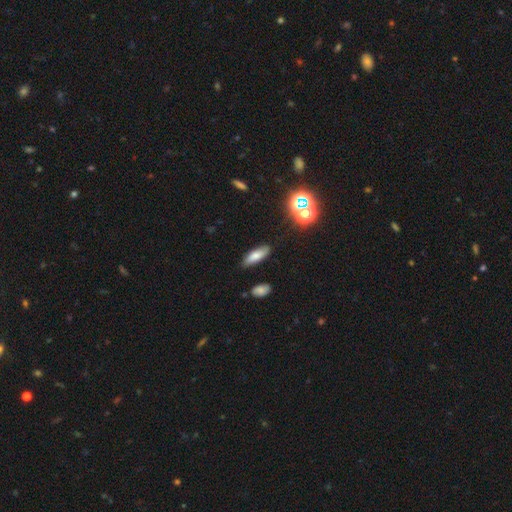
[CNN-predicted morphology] This appears to be a smooth galaxy with no disk features (73%) that is in between round and cigar-shaped (61%). Merging: none (80%).